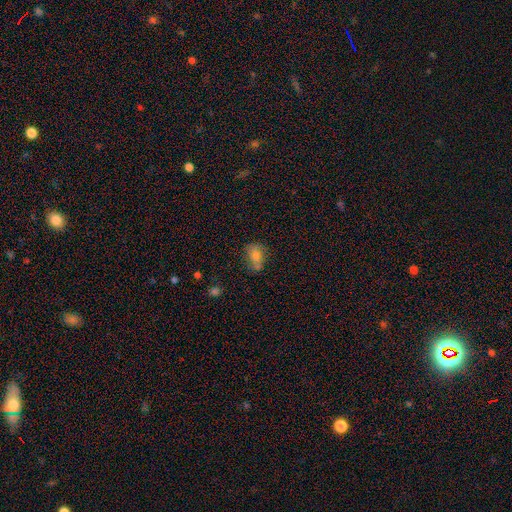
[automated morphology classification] smooth_or_featured: smooth (p=0.69) [alt: featured or disk p=0.18]
how_rounded: in between (p=0.70) [alt: round p=0.27]
merging: none (p=0.56) [alt: minor disturbance p=0.25]